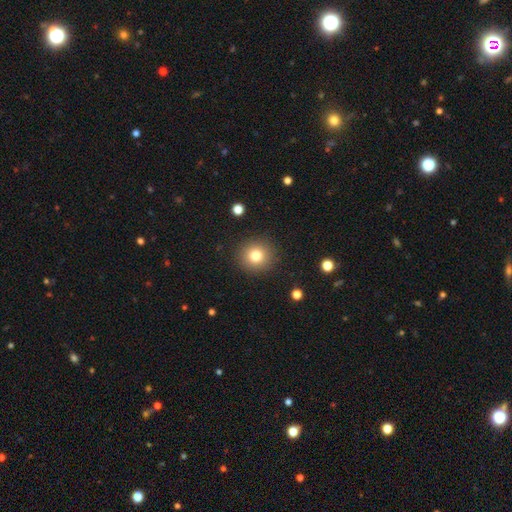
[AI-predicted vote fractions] A smooth galaxy with no disk features (79%) that is round (93%). Merging: none (90%).